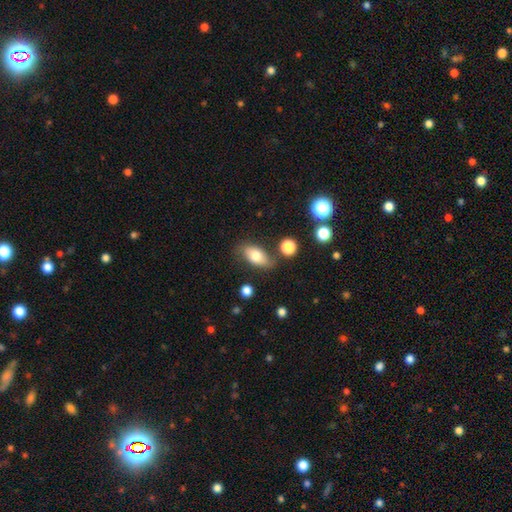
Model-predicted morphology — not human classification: smooth-or-featured: smooth: 72% | featured or disk: 20% | star or artifact: 8%
  how-rounded: in between: 87% | round: 7% | cigar-shaped: 6%
  merging: none: 73% | minor disturbance: 17% | merger: 5% | major disturbance: 5%